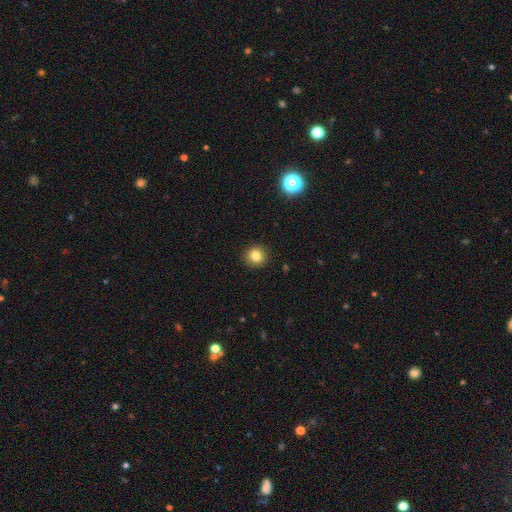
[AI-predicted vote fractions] smooth-or-featured: smooth: 82% | star or artifact: 12% | featured or disk: 7%
  how-rounded: round: 91% | in between: 8% | cigar-shaped: 1%
  merging: none: 92% | minor disturbance: 5% | major disturbance: 2% | merger: 1%